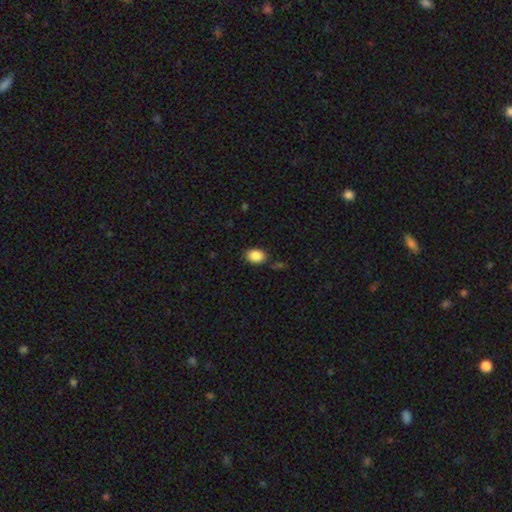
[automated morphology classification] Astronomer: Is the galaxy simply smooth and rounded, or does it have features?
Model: smooth — 88%.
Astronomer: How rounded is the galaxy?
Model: in between — 72%.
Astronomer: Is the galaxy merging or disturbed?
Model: none — 83%.